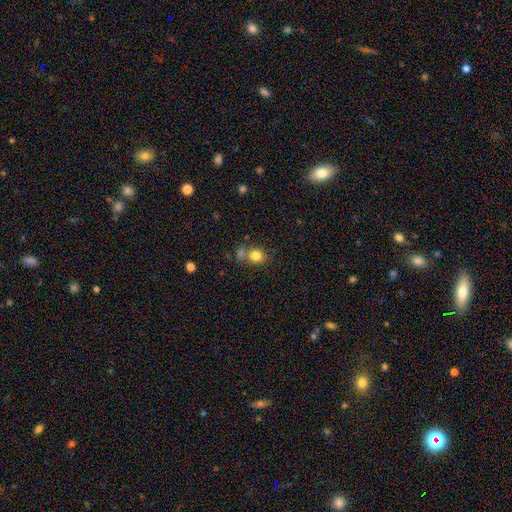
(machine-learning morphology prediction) Smooth or featured?
  - smooth: 81% *
  - star or artifact: 12%
  - featured or disk: 8%
How rounded?
  - round: 77% *
  - in between: 22%
  - cigar-shaped: 1%
Merging?
  - none: 59% *
  - merger: 24%
  - minor disturbance: 12%
  - major disturbance: 5%